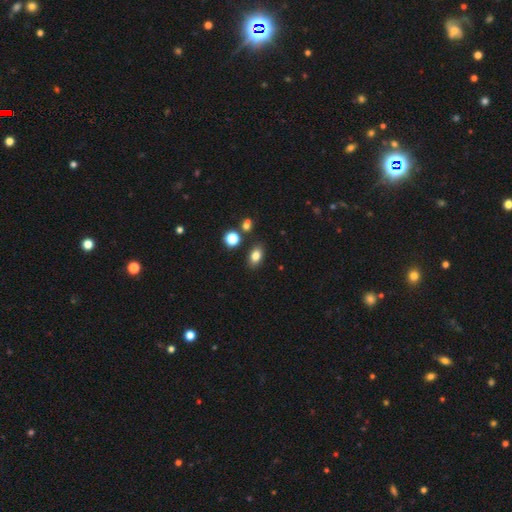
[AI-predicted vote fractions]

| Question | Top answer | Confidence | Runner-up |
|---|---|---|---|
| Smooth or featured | smooth | 80% | star or artifact (11%) |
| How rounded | in between | 82% | round (15%) |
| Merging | none | 83% | minor disturbance (10%) |